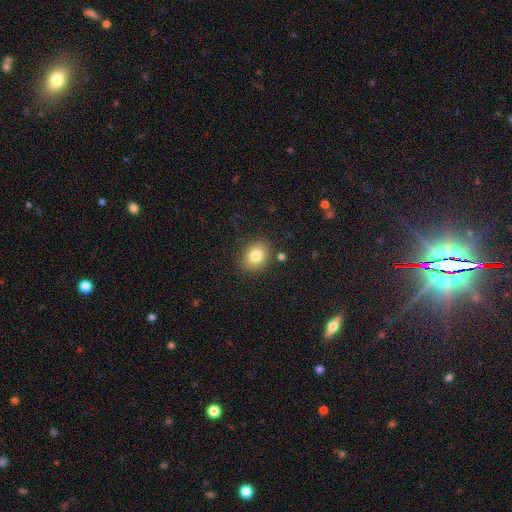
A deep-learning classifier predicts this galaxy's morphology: type=smooth (80%); roundness=round (56%); merging=none (85%).